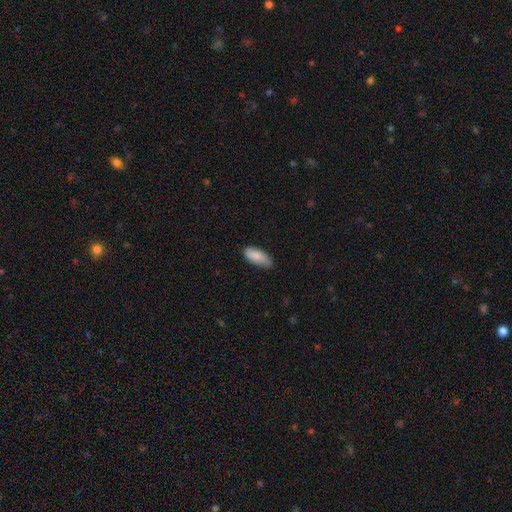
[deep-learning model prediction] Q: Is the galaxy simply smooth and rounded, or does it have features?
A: smooth — 87%.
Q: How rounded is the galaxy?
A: in between — 81%.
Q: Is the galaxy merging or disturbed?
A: none — 73%.